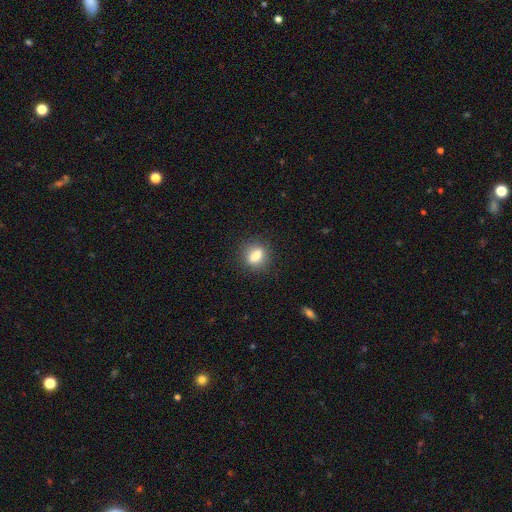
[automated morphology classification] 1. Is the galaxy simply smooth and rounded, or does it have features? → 78% smooth, 13% featured or disk, 10% star or artifact.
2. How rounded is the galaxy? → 56% in between, 35% round, 9% cigar-shaped.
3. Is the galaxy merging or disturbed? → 86% none, 10% minor disturbance, 3% major disturbance, 1% merger.